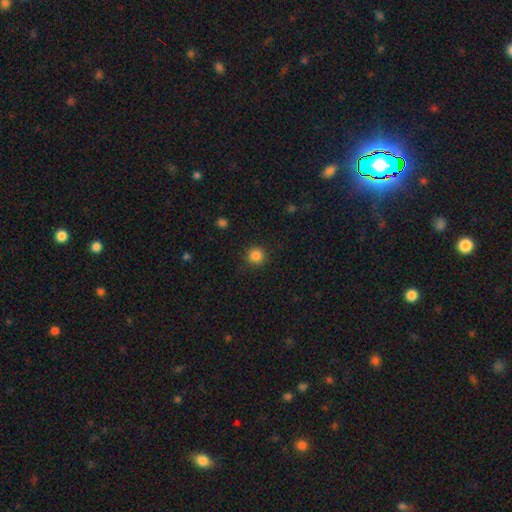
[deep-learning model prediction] A smooth galaxy with no disk features (85%) that is round (95%).

Vote fractions:
- Smooth or featured? smooth: 85% / star or artifact: 11% / featured or disk: 3%
- How rounded? round: 95% / in between: 4% / cigar-shaped: 1%
- Merging? none: 91% / minor disturbance: 6% / major disturbance: 2% / merger: 1%